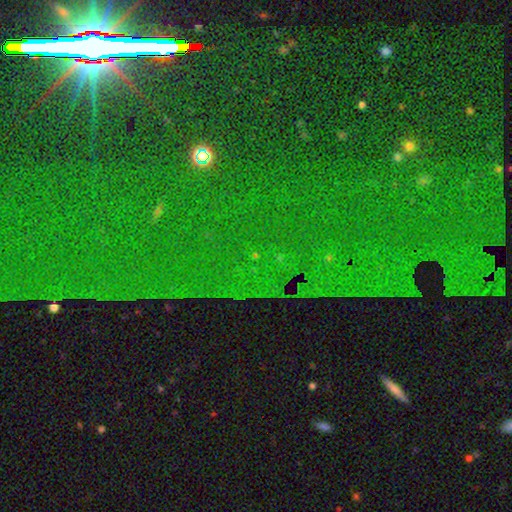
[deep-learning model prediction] star or artifact 79%, smooth 12%, featured or disk 9%.